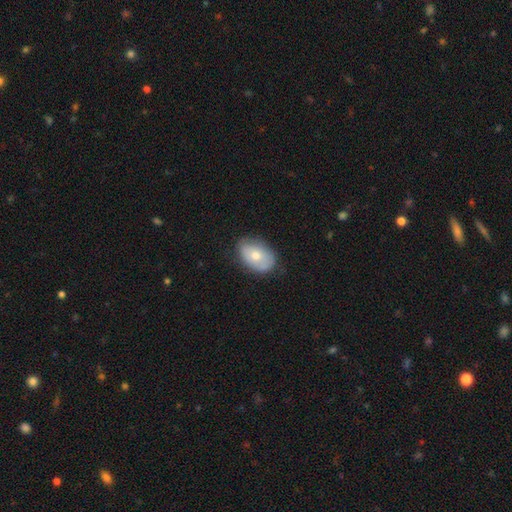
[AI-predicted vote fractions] Q: Smooth or featured?
A: smooth (66%); runner-up: featured or disk (27%)
Q: How rounded?
A: in between (84%); runner-up: round (15%)
Q: Merging?
A: none (73%); runner-up: minor disturbance (21%)